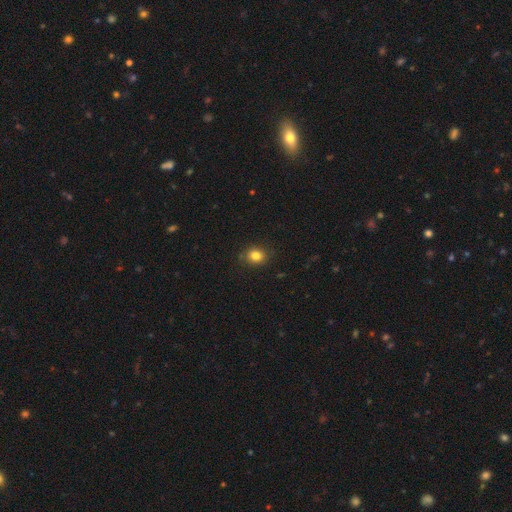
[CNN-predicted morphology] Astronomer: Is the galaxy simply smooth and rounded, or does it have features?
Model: smooth — 83%.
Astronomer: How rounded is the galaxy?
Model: round — 65%.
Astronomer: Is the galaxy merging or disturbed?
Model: none — 84%.